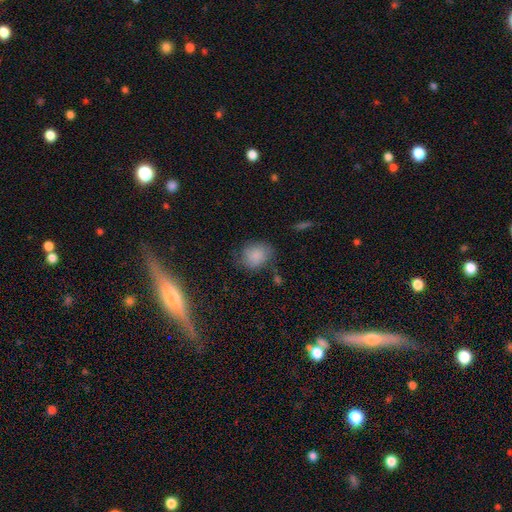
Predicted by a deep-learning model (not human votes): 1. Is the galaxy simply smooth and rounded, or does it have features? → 84% smooth, 8% star or artifact, 7% featured or disk.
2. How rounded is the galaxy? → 62% round, 36% in between, 1% cigar-shaped.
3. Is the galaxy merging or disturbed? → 65% none, 24% minor disturbance, 7% major disturbance, 3% merger.